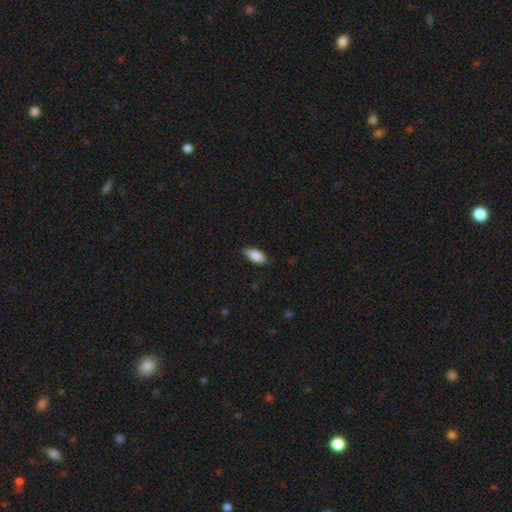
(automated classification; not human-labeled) Q: Smooth or featured?
A: smooth (86%); runner-up: featured or disk (7%)
Q: How rounded?
A: in between (86%); runner-up: cigar-shaped (12%)
Q: Merging?
A: none (81%); runner-up: minor disturbance (15%)